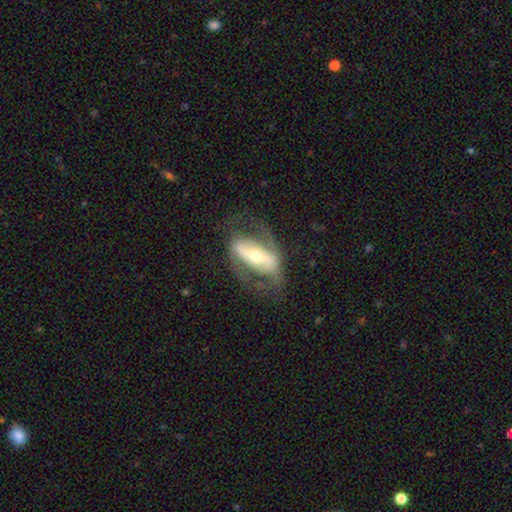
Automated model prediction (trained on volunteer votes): Q: Smooth or featured?
A: featured or disk (76%); runner-up: smooth (18%)
Q: Edge-on disk?
A: no (84%); runner-up: yes (16%)
Q: Bar?
A: strong (62%); runner-up: weak (19%)
Q: Spiral arms?
A: yes (65%); runner-up: no (35%)
Q: Bulge size?
A: moderate (57%); runner-up: small (34%)
Q: Merging?
A: none (62%); runner-up: major disturbance (19%)